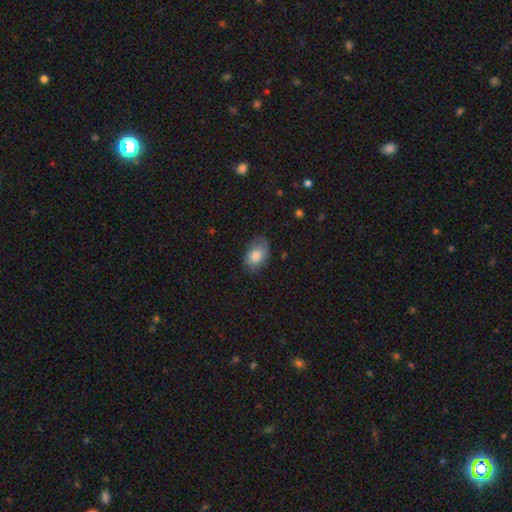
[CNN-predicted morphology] The model was most divided on "merging": none: 73%, minor disturbance: 21%, major disturbance: 5%, merger: 1%. More confident: how rounded — in between (88%); smooth or featured — smooth (82%).